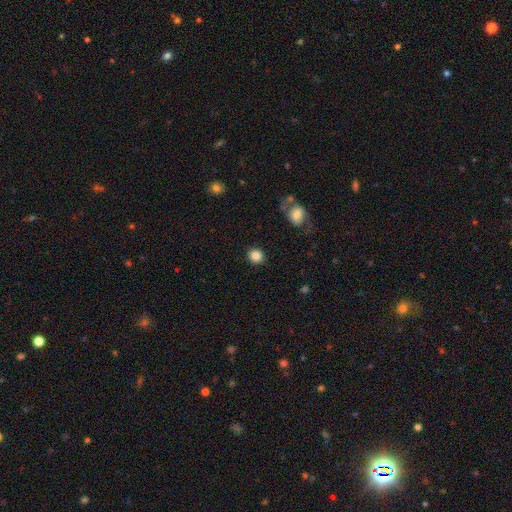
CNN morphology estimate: Smooth or featured?
  - smooth: 86% *
  - star or artifact: 9%
  - featured or disk: 5%
How rounded?
  - round: 86% *
  - in between: 13%
  - cigar-shaped: 1%
Merging?
  - none: 90% *
  - minor disturbance: 6%
  - major disturbance: 2%
  - merger: 2%